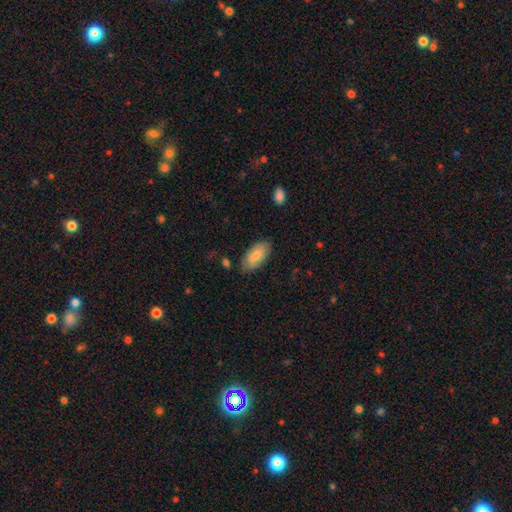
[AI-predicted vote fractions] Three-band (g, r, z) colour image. It shows a smooth galaxy with no disk features (77%) that is in between round and cigar-shaped (93%). Merging: none (82%).